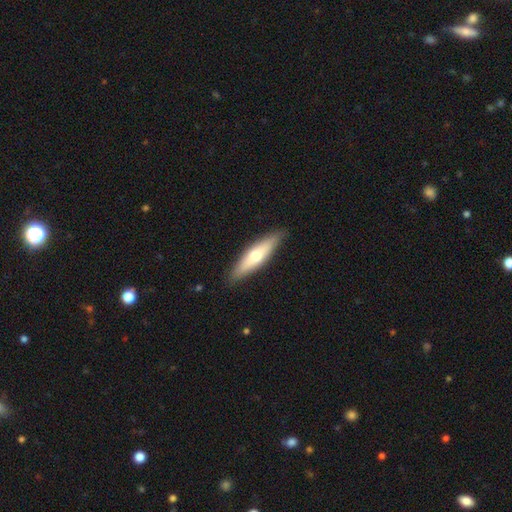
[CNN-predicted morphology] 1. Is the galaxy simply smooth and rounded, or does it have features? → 56% smooth, 39% featured or disk, 5% star or artifact.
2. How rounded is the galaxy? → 70% cigar-shaped, 29% in between, 2% round.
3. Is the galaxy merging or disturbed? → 87% none, 10% minor disturbance, 2% major disturbance, 1% merger.